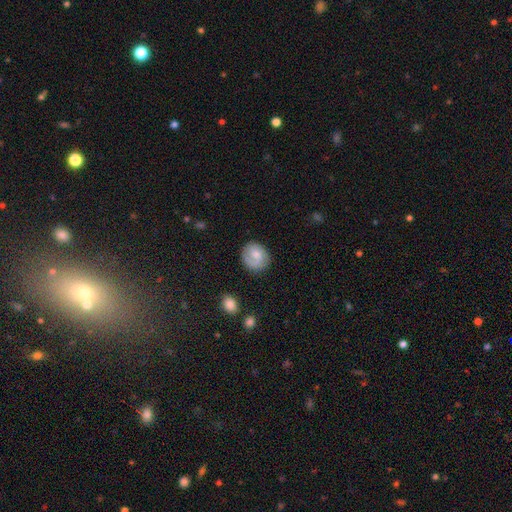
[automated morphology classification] Smooth or featured? Predicted: smooth (p=0.47). Merging? Predicted: none (p=0.76).